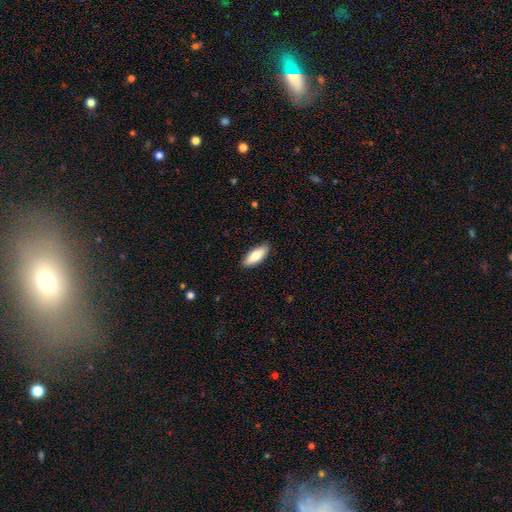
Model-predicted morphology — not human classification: smooth 81%, featured or disk 13%, star or artifact 6%. Down the decision tree: how rounded — in between (74%); merging — none (89%).